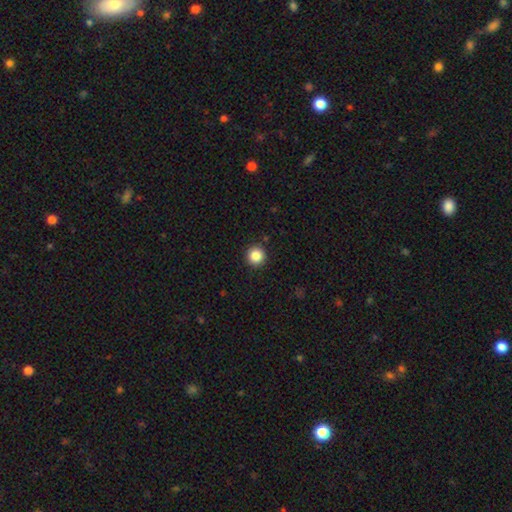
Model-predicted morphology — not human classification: Smooth or featured: smooth — 86% (star or artifact — 10%)
How rounded: round — 96% (in between — 3%)
Merging: none — 92% (minor disturbance — 5%)